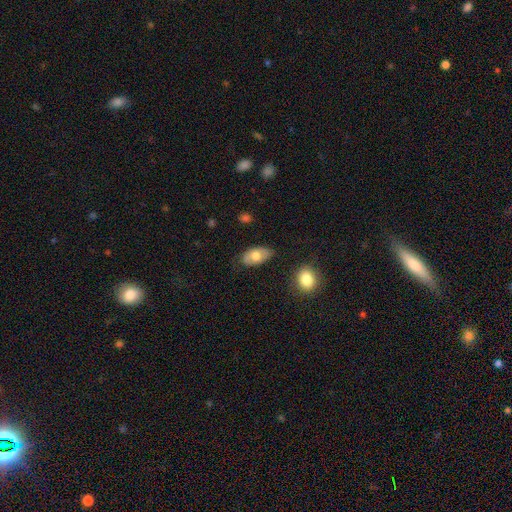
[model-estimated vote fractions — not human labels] Smooth or featured? smooth (68%)
How rounded? in between (92%)
Merging? none (70%)